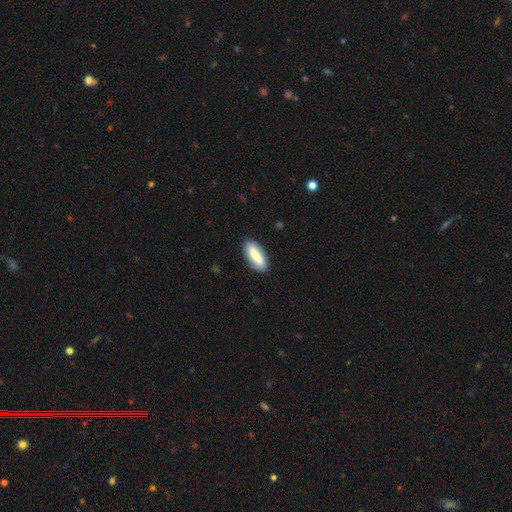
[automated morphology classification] Smooth or featured: smooth — 74% (featured or disk — 20%)
How rounded: in between — 72% (cigar-shaped — 26%)
Merging: none — 85% (minor disturbance — 11%)